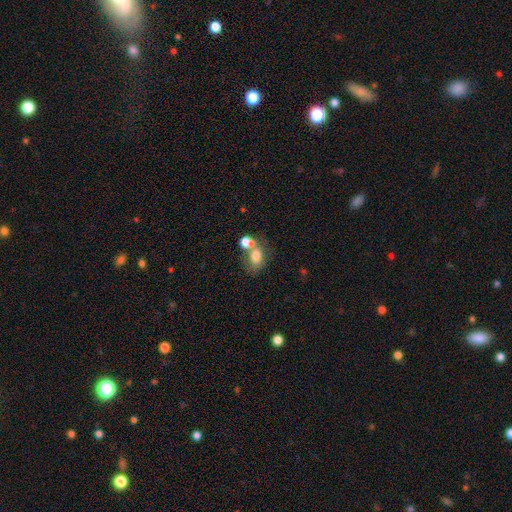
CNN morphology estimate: smooth_or_featured: smooth (p=0.67) [alt: featured or disk p=0.21]
how_rounded: in between (p=0.65) [alt: round p=0.33]
merging: merger (p=0.49) [alt: none p=0.30]